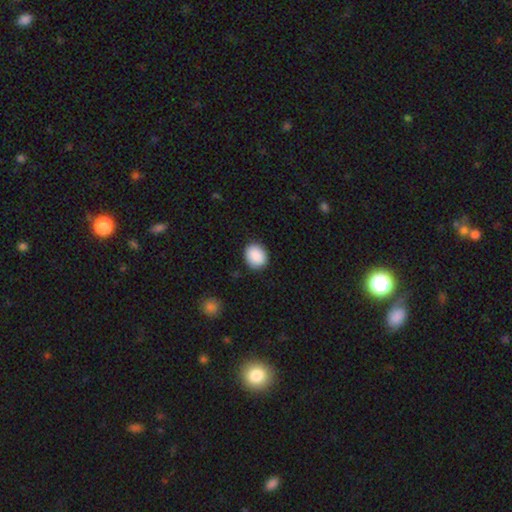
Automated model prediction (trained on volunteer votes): A smooth galaxy with no disk features (90%) that is round (57%). Merging: none (88%).